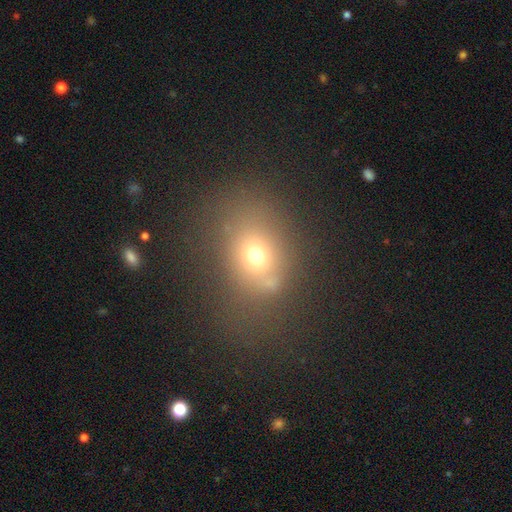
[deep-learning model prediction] smooth-or-featured: smooth: 62% | star or artifact: 21% | featured or disk: 17%
  how-rounded: in between: 50% | round: 49% | cigar-shaped: 1%
  merging: none: 59% | minor disturbance: 19% | major disturbance: 13% | merger: 10%